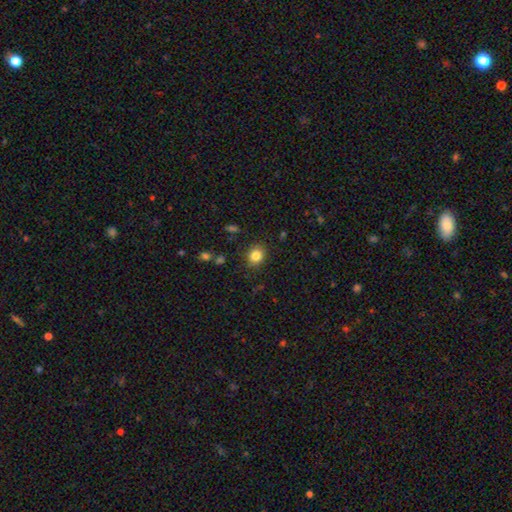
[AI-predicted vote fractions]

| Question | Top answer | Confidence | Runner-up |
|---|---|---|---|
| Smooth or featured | smooth | 83% | star or artifact (11%) |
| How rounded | round | 67% | in between (32%) |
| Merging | none | 87% | minor disturbance (9%) |